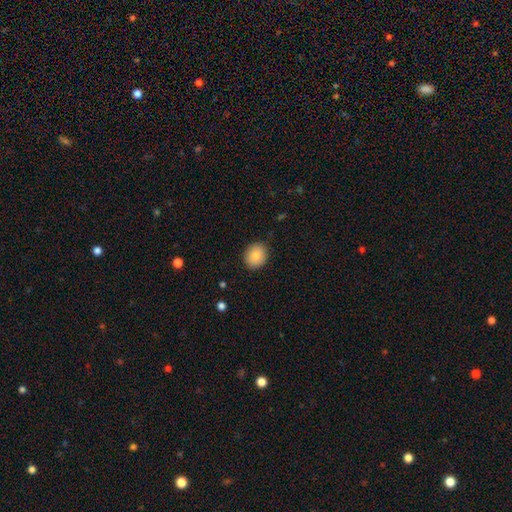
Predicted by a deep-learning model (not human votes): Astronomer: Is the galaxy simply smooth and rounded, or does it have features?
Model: smooth — 84%.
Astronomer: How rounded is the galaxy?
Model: round — 65%.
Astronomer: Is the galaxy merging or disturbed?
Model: none — 88%.